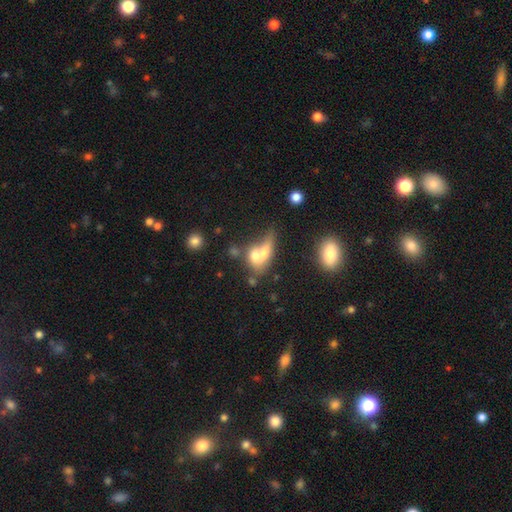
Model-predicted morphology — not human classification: Smooth or featured? smooth (62%)
How rounded? in between (63%)
Merging? merger (61%)